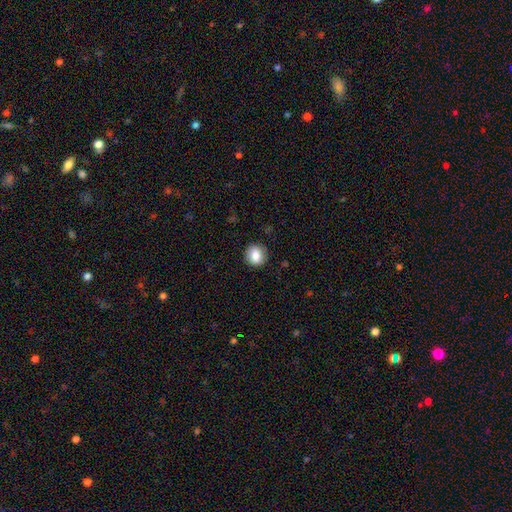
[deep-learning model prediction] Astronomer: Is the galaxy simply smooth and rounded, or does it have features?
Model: smooth — 84%.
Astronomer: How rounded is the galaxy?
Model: round — 83%.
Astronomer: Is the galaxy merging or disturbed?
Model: none — 88%.